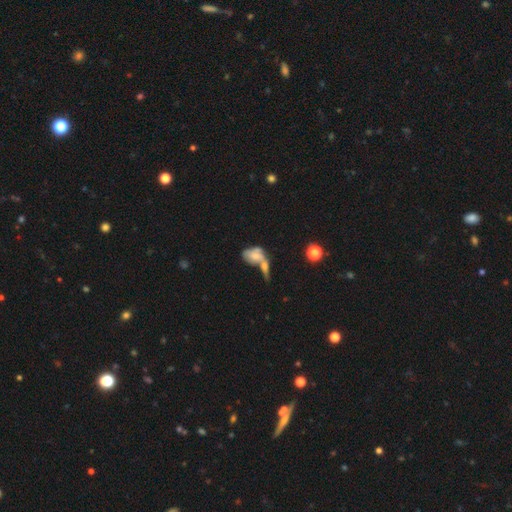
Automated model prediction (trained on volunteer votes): A smooth galaxy with no disk features (52%) that is in between round and cigar-shaped (82%).

Vote fractions:
- Smooth or featured? smooth: 52% / featured or disk: 38% / star or artifact: 10%
- How rounded? in between: 82% / round: 14% / cigar-shaped: 5%
- Merging? merger: 62% / none: 16% / major disturbance: 11% / minor disturbance: 10%